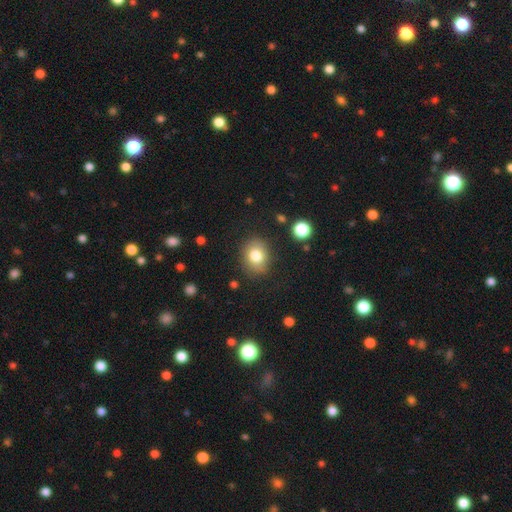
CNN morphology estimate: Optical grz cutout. It shows a smooth galaxy with no disk features (79%) that is round (55%). Merging: none (83%).